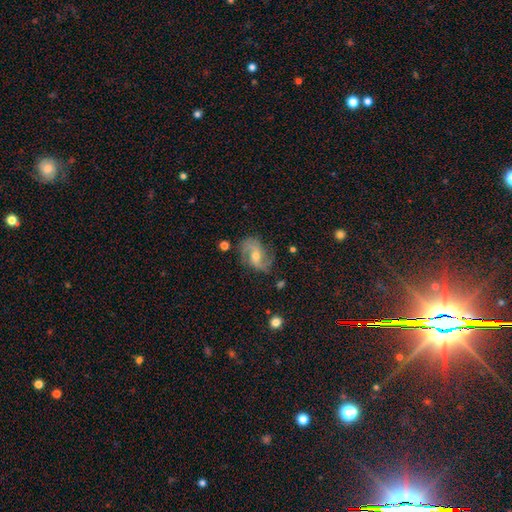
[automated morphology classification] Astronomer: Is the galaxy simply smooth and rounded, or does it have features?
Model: featured or disk — 84%.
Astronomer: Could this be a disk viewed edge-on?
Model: no — 97%.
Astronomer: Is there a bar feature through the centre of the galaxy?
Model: no — 45% (runner-up: weak, 41%).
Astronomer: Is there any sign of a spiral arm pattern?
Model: yes — 96%.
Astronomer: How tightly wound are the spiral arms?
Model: medium — 48% (runner-up: loose, 35%).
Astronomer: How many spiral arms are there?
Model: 2 — 87%.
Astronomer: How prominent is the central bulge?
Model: moderate — 54% (runner-up: small, 42%).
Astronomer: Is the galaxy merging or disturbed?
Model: none — 74%.